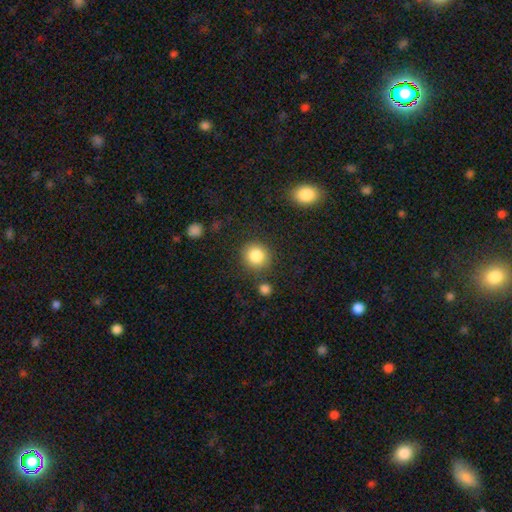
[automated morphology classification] smooth_or_featured: smooth (p=0.85) [alt: star or artifact p=0.09]
how_rounded: round (p=0.89) [alt: in between p=0.10]
merging: none (p=0.84) [alt: minor disturbance p=0.08]